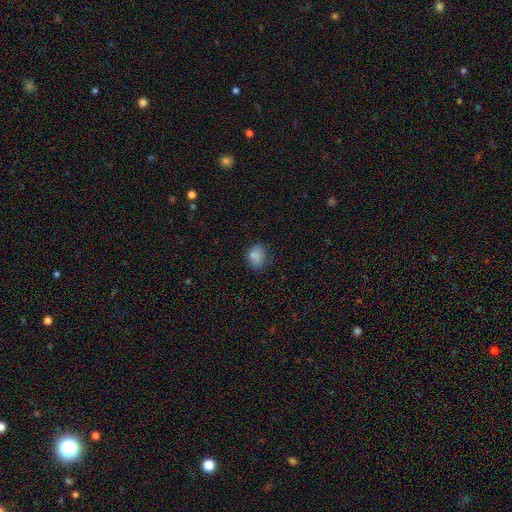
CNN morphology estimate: The model was most divided on "how rounded": round: 50%, in between: 49%, cigar-shaped: 1%. More confident: smooth or featured — smooth (78%); merging — none (66%).